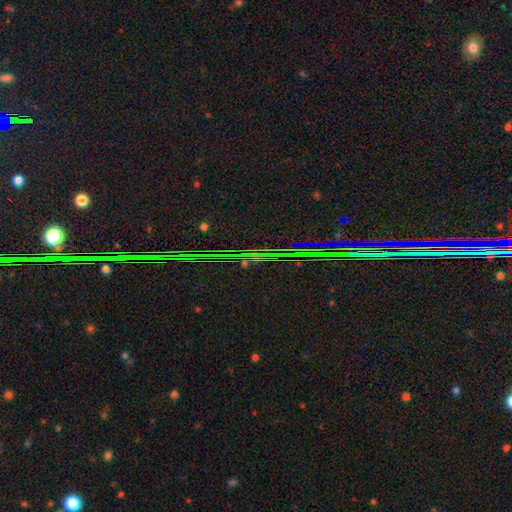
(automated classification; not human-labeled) Smooth or featured?
  - star or artifact: 85% *
  - featured or disk: 8%
  - smooth: 7%